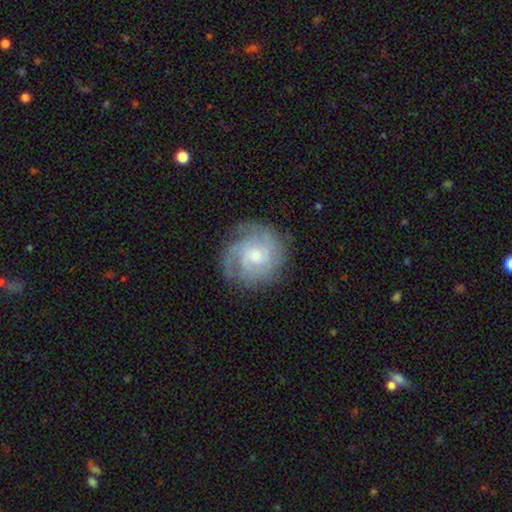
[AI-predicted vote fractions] Smooth or featured: featured or disk — 77% (smooth — 17%)
Edge-on disk: no — 98% (yes — 2%)
Bar: no — 66% (weak — 30%)
Spiral arms: yes — 93% (no — 7%)
Spiral winding: tight — 62% (medium — 30%)
Spiral arm count: can't tell — 33% (3 — 27%)
Bulge size: small — 51% (moderate — 45%)
Merging: none — 76% (minor disturbance — 17%)